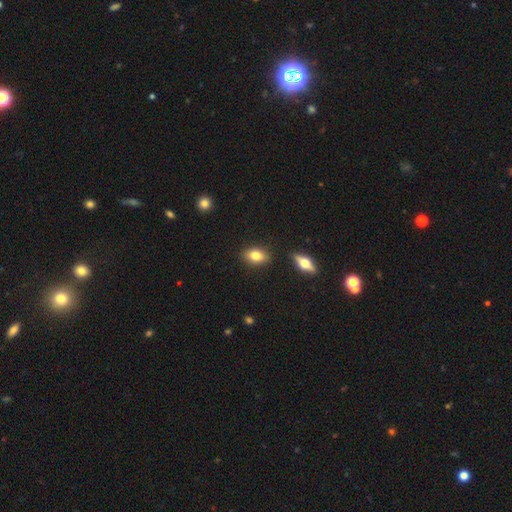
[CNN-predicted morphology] This appears to be a smooth galaxy with no disk features (78%) that is in between round and cigar-shaped (82%). Merging: none (86%).